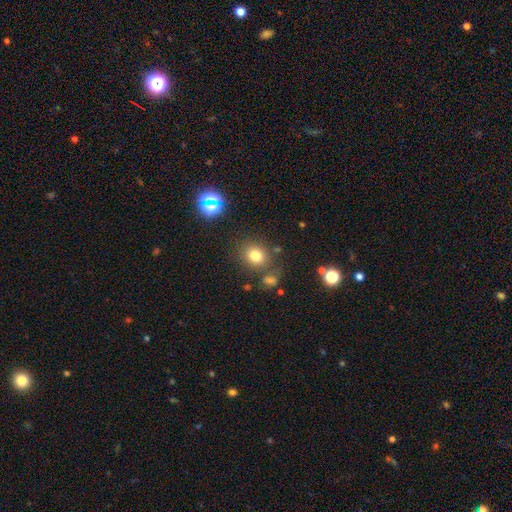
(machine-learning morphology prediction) A smooth galaxy with no disk features (76%) that is round (76%). Merging: none (77%).